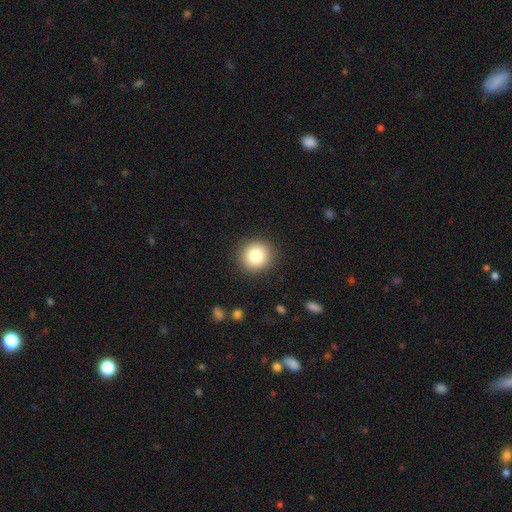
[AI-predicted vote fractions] A smooth galaxy with no disk features (84%) that is round (91%). Merging: none (90%).